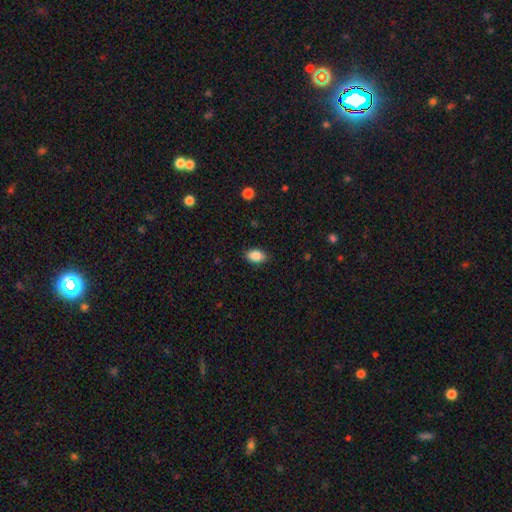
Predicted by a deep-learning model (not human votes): Smooth or featured: smooth — 88% (star or artifact — 8%)
How rounded: in between — 87% (round — 11%)
Merging: none — 85% (minor disturbance — 11%)